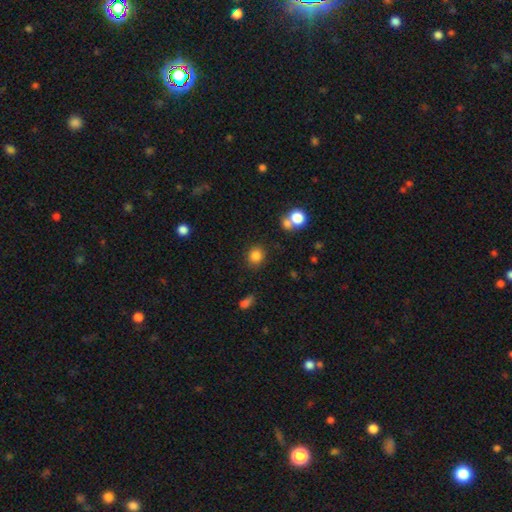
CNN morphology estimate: A smooth galaxy with no disk features (83%) that is round (77%).

Vote fractions:
- Smooth or featured? smooth: 83% / star or artifact: 12% / featured or disk: 5%
- How rounded? round: 77% / in between: 22% / cigar-shaped: 1%
- Merging? none: 82% / minor disturbance: 10% / merger: 5% / major disturbance: 4%